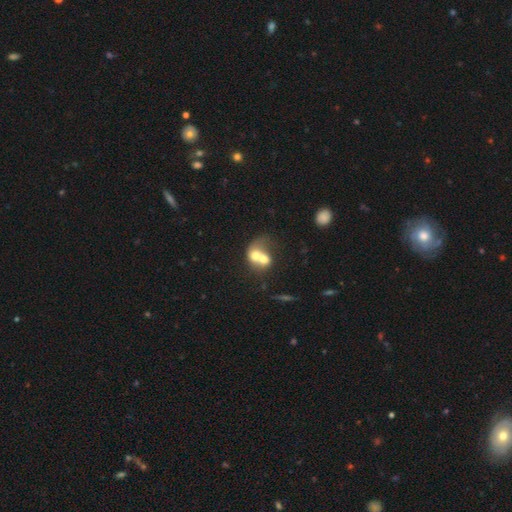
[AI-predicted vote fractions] Smooth or featured: smooth — 57% (featured or disk — 34%)
How rounded: round — 55% (in between — 44%)
Merging: merger — 78% (none — 11%)